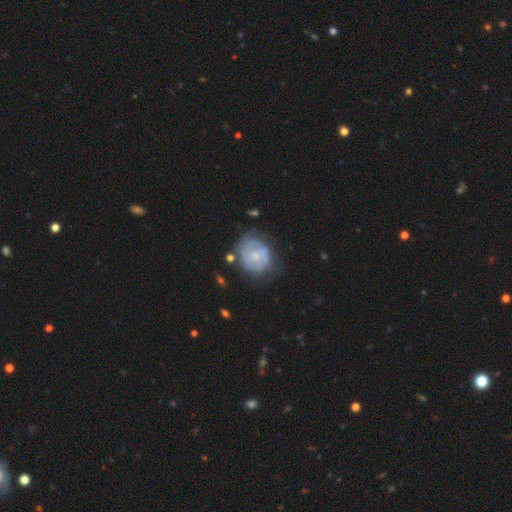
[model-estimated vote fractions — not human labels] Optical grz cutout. It shows a featured or disk galaxy (57%) with no bar (74%), spiral arms (60%) and a small central bulge (58%). Merging: none (52%).